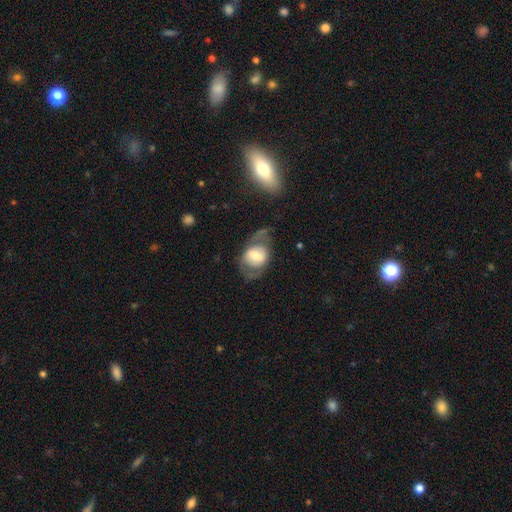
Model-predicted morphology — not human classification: This appears to be a featured or disk galaxy (49%). Merging: none (48%).